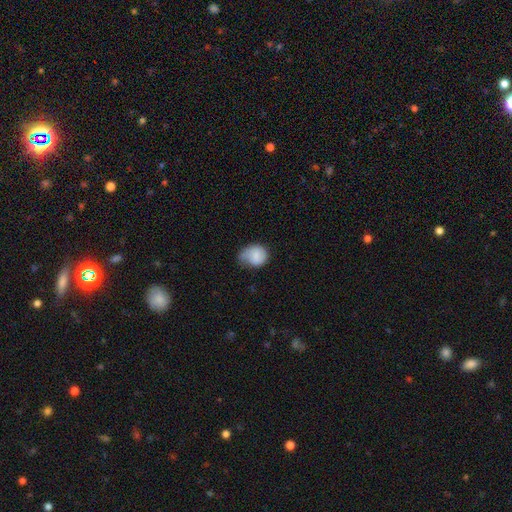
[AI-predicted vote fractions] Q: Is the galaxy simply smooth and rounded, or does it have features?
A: smooth — 74%.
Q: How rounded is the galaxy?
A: round — 53%.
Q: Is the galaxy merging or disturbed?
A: minor disturbance — 42%.